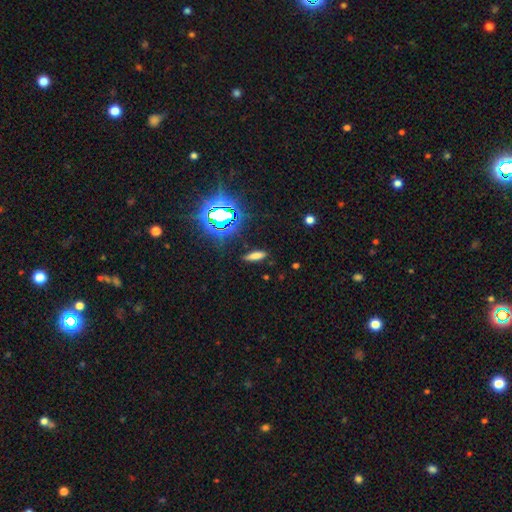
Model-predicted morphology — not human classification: The model was most divided on "how rounded": cigar-shaped: 56%, in between: 40%, round: 4%. More confident: merging — none (87%); smooth or featured — smooth (63%).